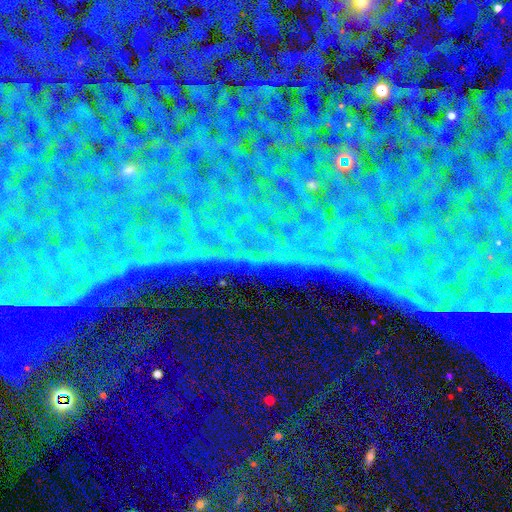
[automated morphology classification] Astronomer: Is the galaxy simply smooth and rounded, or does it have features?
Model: star or artifact — 86%.